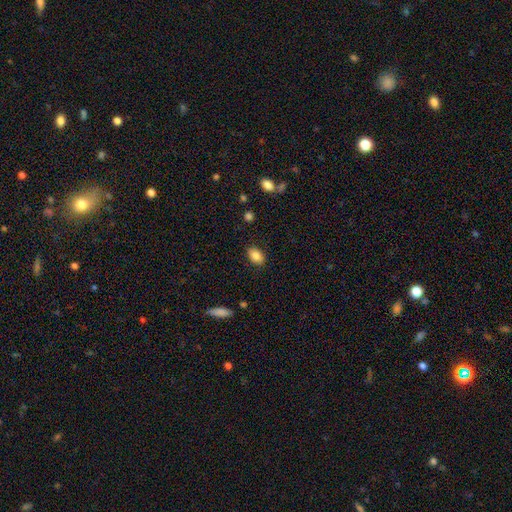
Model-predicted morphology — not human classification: Smooth or featured? smooth (85%)
How rounded? in between (86%)
Merging? none (87%)